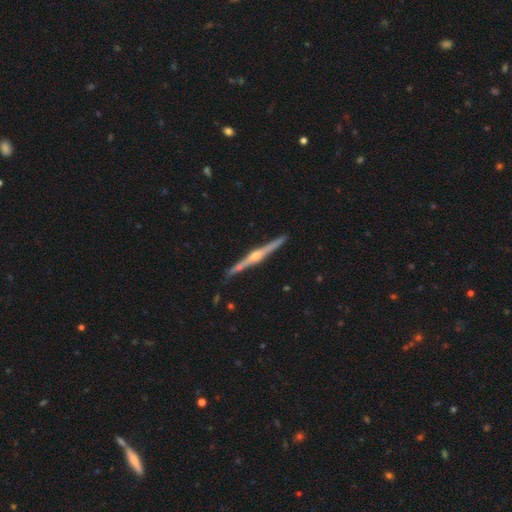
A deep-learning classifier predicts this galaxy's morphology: A featured or disk galaxy (87%) viewed edge-on (99%) with a rounded central bulge (88%).

Vote fractions:
- Smooth or featured? featured or disk: 87% / smooth: 9% / star or artifact: 5%
- Edge-on disk? yes: 99% / no: 1%
- Edge-on bulge? rounded: 88% / boxy: 6% / none: 5%
- Merging? none: 89% / minor disturbance: 8% / merger: 2% / major disturbance: 1%